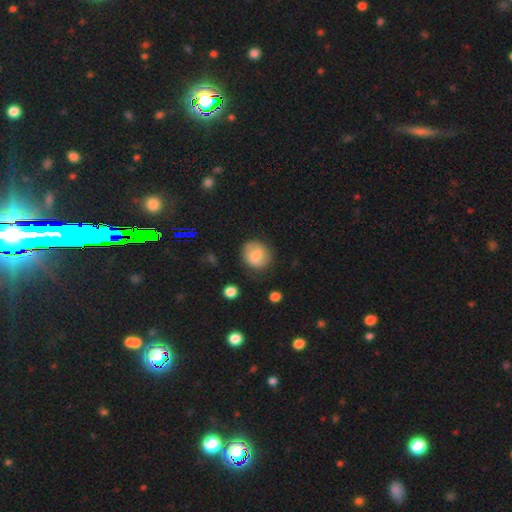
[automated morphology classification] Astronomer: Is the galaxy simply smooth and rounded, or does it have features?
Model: smooth — 67%.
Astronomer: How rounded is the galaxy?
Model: round — 76%.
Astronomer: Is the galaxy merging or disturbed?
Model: none — 75%.